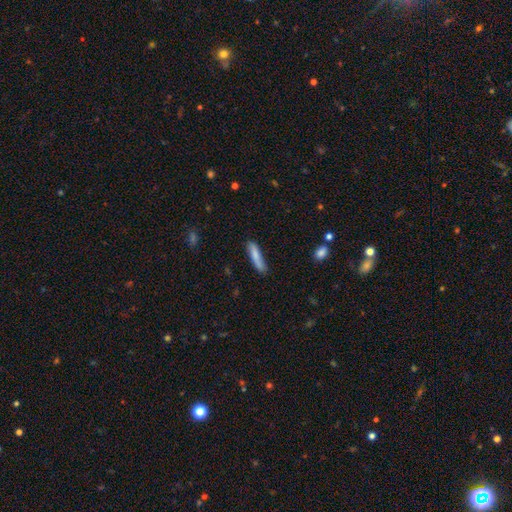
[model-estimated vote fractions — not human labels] Q: Smooth or featured?
A: smooth (78%); runner-up: featured or disk (16%)
Q: How rounded?
A: cigar-shaped (83%); runner-up: in between (16%)
Q: Merging?
A: none (74%); runner-up: minor disturbance (19%)